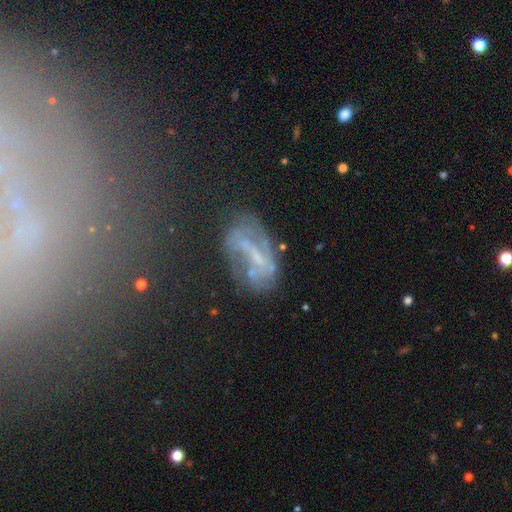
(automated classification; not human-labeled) Smooth or featured: featured or disk — 65% (smooth — 19%)
Edge-on disk: no — 93% (yes — 7%)
Bar: strong — 38% (weak — 36%)
Spiral arms: yes — 58% (no — 42%)
Bulge size: none — 41% (small — 40%)
Merging: none — 51% (minor disturbance — 22%)